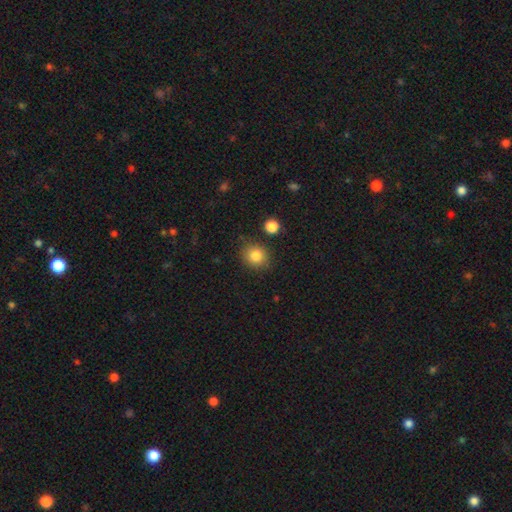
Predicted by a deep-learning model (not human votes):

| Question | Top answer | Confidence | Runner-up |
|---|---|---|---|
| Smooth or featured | smooth | 84% | star or artifact (10%) |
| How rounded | round | 80% | in between (19%) |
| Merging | none | 83% | minor disturbance (10%) |